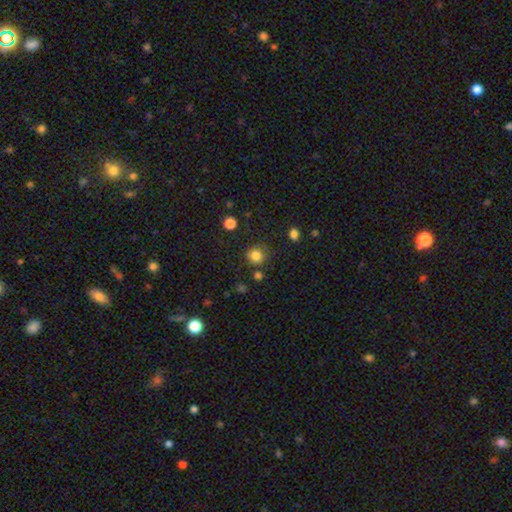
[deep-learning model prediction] Q: Smooth or featured?
A: smooth (83%); runner-up: star or artifact (12%)
Q: How rounded?
A: round (89%); runner-up: in between (11%)
Q: Merging?
A: none (79%); runner-up: minor disturbance (12%)